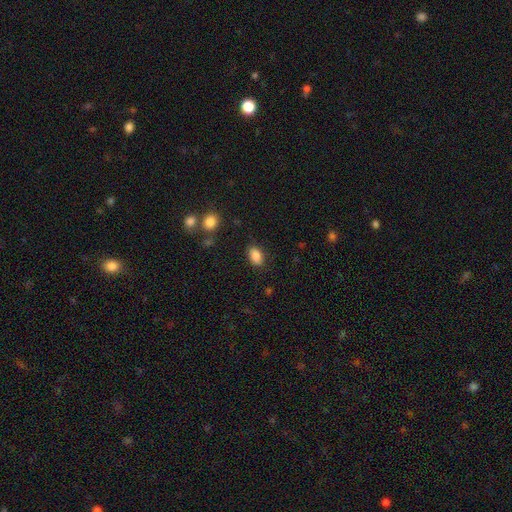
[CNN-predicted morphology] Smooth or featured: smooth — 87% (star or artifact — 8%)
How rounded: in between — 89% (round — 10%)
Merging: none — 84% (minor disturbance — 11%)